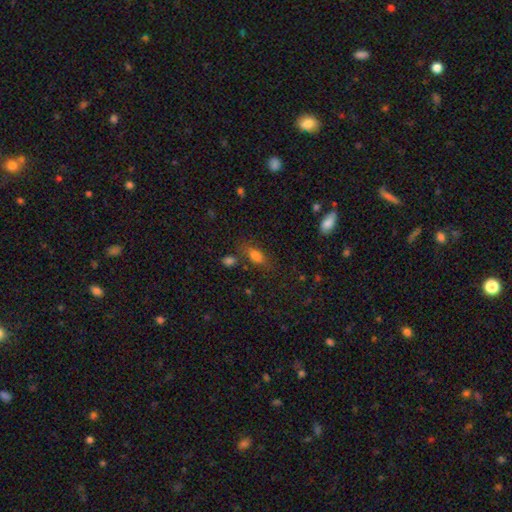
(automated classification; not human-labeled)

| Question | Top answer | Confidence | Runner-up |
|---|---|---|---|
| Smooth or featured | smooth | 77% | featured or disk (12%) |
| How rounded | in between | 79% | cigar-shaped (12%) |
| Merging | none | 68% | minor disturbance (17%) |